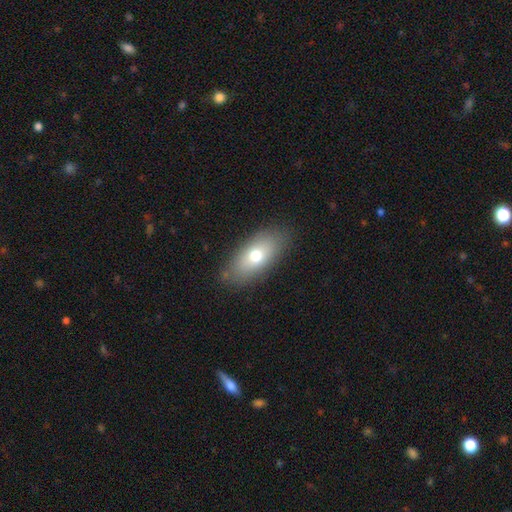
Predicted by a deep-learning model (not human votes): Morphology: type=smooth (70%); roundness=in between (85%); merging=none (84%).